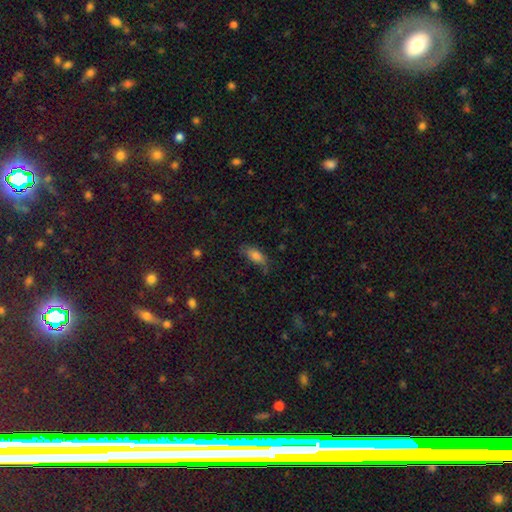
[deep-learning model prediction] smooth 79%, featured or disk 12%, star or artifact 9%. Down the decision tree: how rounded — in between (78%); merging — none (62%).